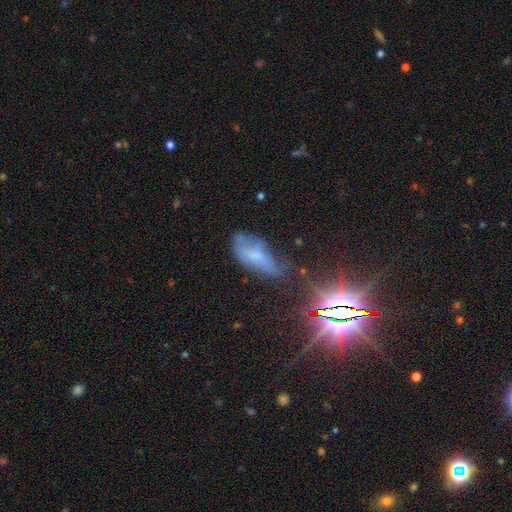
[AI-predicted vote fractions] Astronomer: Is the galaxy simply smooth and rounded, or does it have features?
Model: smooth — 45% (runner-up: featured or disk, 31%).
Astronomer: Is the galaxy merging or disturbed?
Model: none — 38% (runner-up: minor disturbance, 34%).